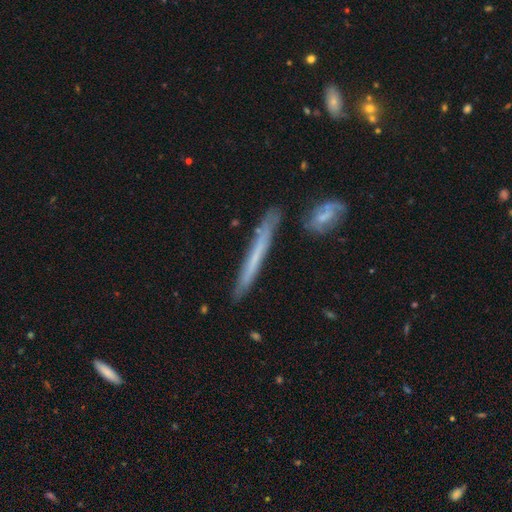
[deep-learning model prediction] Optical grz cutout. It shows a featured or disk galaxy (47%). Merging: none (81%).